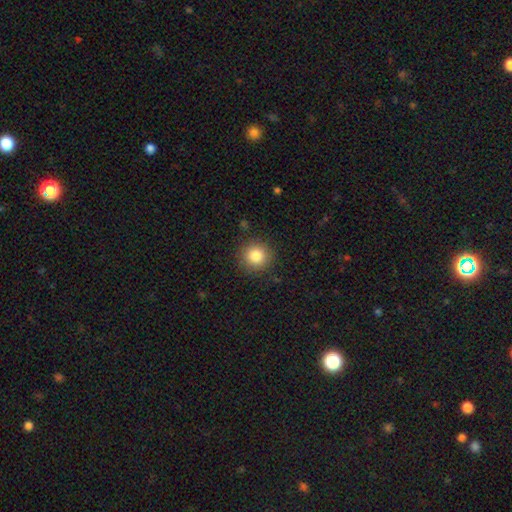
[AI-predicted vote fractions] This appears to be a smooth galaxy with no disk features (84%) that is round (93%). Merging: none (89%).